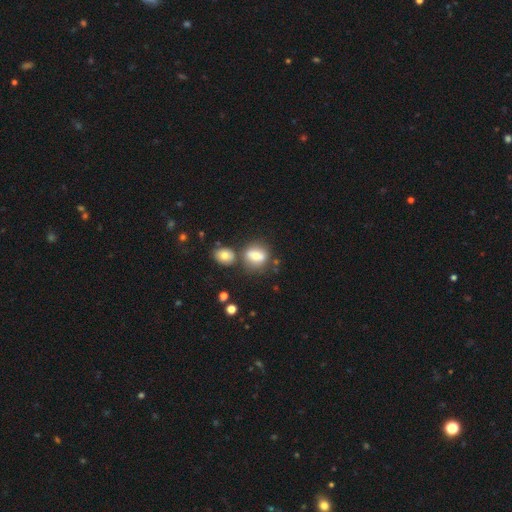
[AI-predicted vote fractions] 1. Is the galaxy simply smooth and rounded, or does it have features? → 70% smooth, 20% featured or disk, 10% star or artifact.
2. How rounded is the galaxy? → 50% round, 46% in between, 3% cigar-shaped.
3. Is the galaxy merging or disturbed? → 57% none, 23% merger, 15% minor disturbance, 5% major disturbance.